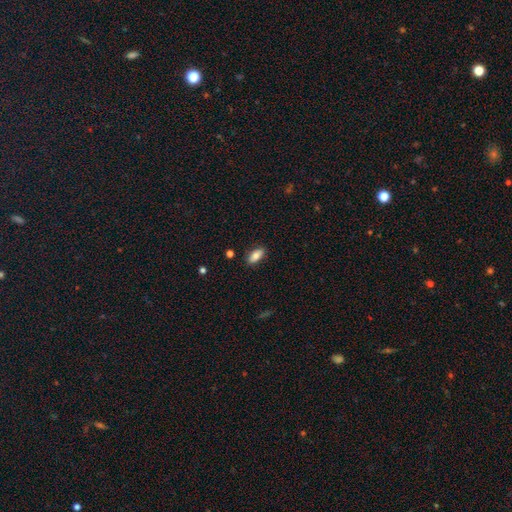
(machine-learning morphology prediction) Smooth or featured? smooth (80%)
How rounded? in between (86%)
Merging? none (87%)